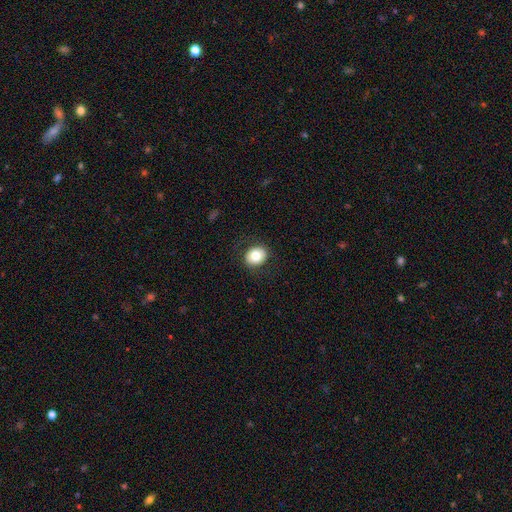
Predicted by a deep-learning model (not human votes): Smooth or featured? Predicted: smooth (p=0.78). How rounded? Predicted: round (p=0.68). Merging? Predicted: none (p=0.86).